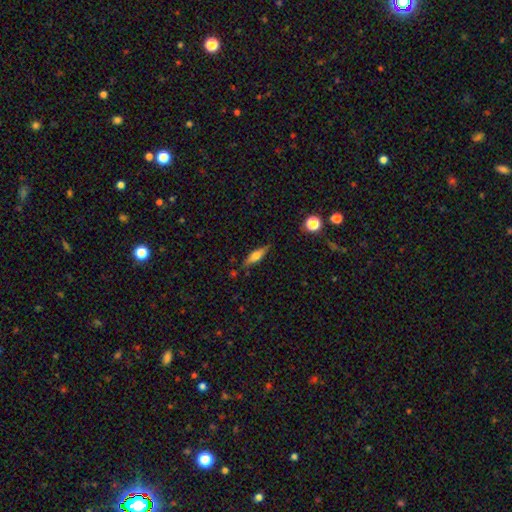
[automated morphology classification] Smooth or featured?
  - smooth: 49% *
  - featured or disk: 44%
  - star or artifact: 7%
Merging?
  - none: 80% *
  - minor disturbance: 14%
  - major disturbance: 3%
  - merger: 2%